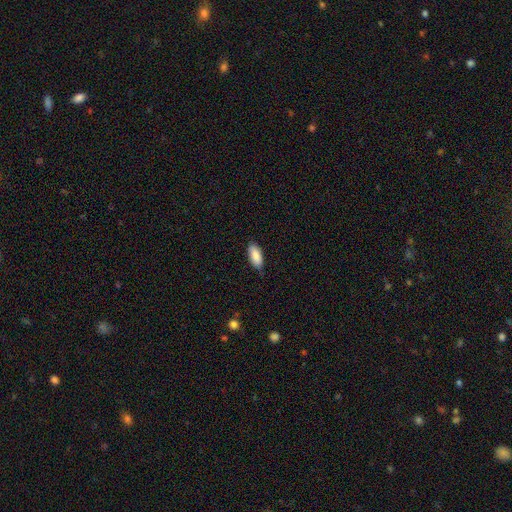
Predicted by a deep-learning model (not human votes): This is clearly a smooth galaxy (87%). How rounded: clearly in between (87%). Merging: clearly none (80%).